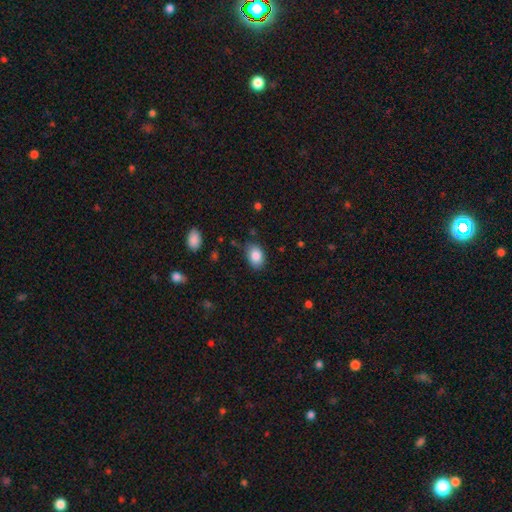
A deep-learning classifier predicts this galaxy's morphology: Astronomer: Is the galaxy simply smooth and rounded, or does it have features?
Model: smooth — 86%.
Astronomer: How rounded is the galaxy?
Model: in between — 79%.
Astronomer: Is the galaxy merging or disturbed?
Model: none — 76%.